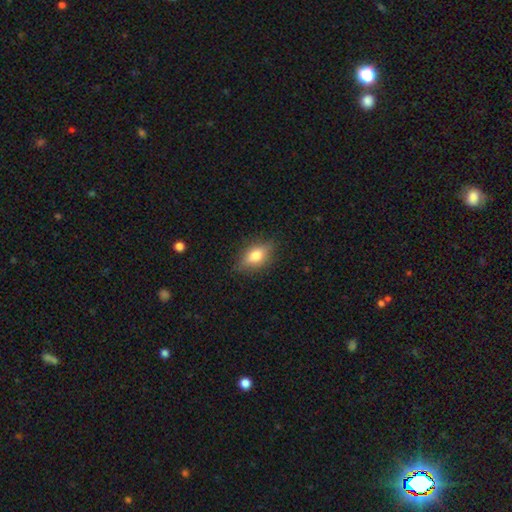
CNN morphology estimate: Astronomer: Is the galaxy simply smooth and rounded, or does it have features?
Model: smooth — 68%.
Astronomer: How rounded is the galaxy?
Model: in between — 79%.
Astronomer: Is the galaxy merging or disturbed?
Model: none — 81%.